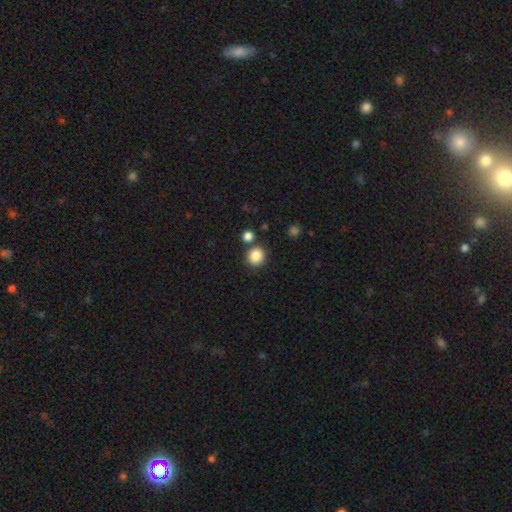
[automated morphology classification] Smooth or featured?
  - smooth: 86% *
  - star or artifact: 10%
  - featured or disk: 4%
How rounded?
  - round: 89% *
  - in between: 10%
  - cigar-shaped: 1%
Merging?
  - none: 79% *
  - merger: 10%
  - minor disturbance: 8%
  - major disturbance: 3%